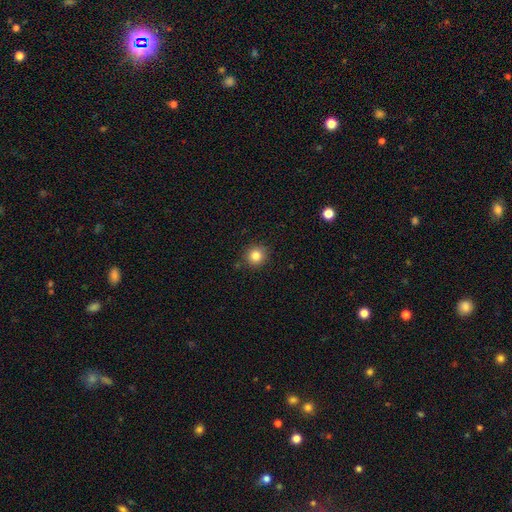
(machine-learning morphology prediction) smooth 84%, star or artifact 11%, featured or disk 5%. Down the decision tree: how rounded — round (92%); merging — none (88%).